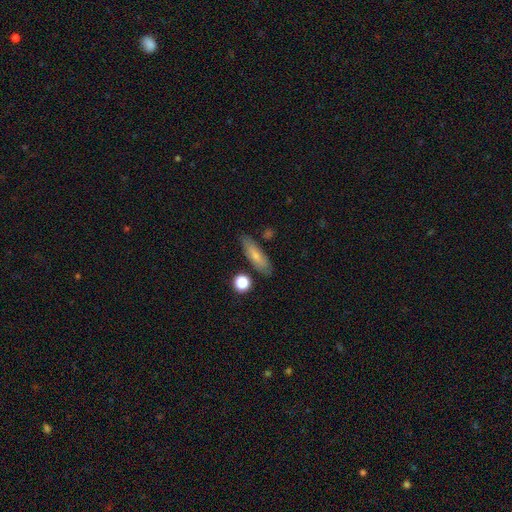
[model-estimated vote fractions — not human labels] A smooth galaxy with no disk features (71%) that is cigar-shaped (49%).

Vote fractions:
- Smooth or featured? smooth: 71% / featured or disk: 21% / star or artifact: 7%
- How rounded? cigar-shaped: 49% / in between: 47% / round: 4%
- Merging? none: 78% / minor disturbance: 14% / merger: 5% / major disturbance: 3%